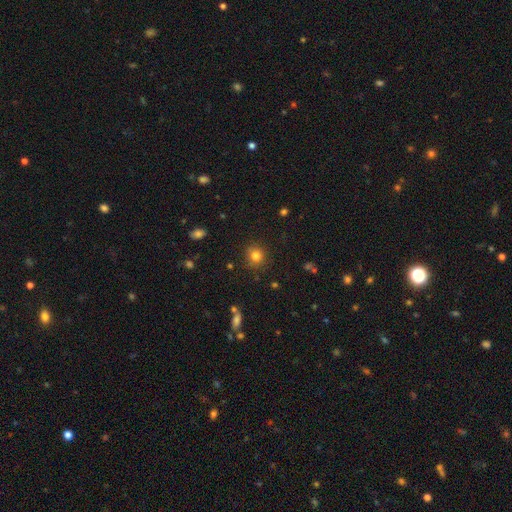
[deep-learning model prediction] smooth-or-featured: smooth: 81% | star or artifact: 13% | featured or disk: 6%
  how-rounded: round: 87% | in between: 12% | cigar-shaped: 1%
  merging: none: 87% | minor disturbance: 9% | major disturbance: 3% | merger: 2%